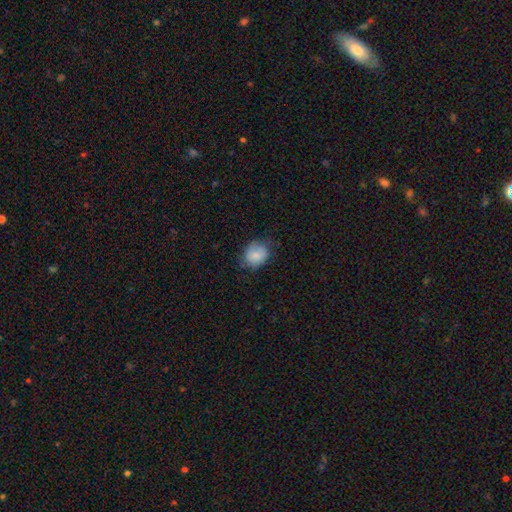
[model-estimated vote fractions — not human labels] Morphology: type=smooth (82%); roundness=round (61%); merging=none (66%).